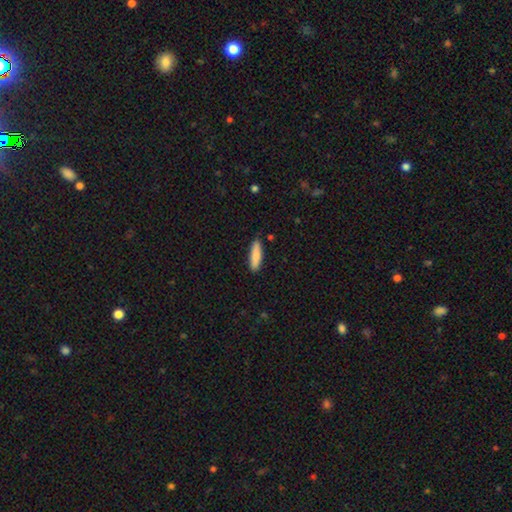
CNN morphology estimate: Smooth or featured? Predicted: smooth (p=0.85). How rounded? Predicted: cigar-shaped (p=0.69). Merging? Predicted: none (p=0.86).